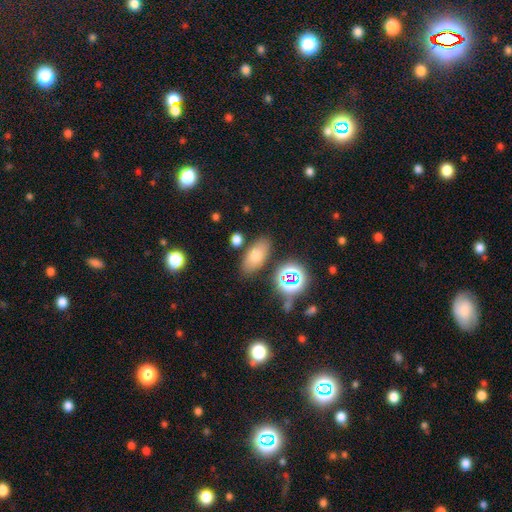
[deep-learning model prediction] smooth_or_featured: smooth (p=0.68) [alt: star or artifact p=0.17]
how_rounded: in between (p=0.84) [alt: cigar-shaped p=0.08]
merging: none (p=0.82) [alt: minor disturbance p=0.10]